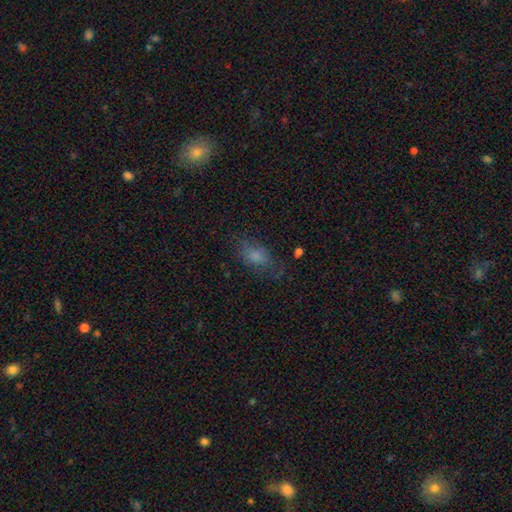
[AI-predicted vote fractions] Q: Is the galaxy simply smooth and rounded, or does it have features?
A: smooth — 73%.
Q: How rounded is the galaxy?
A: in between — 84%.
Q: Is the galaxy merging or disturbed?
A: none — 62%.